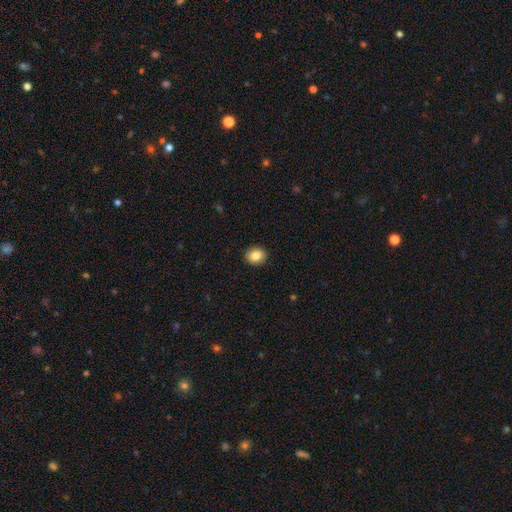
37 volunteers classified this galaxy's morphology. This is clearly a smooth galaxy (95%). How rounded: likely round (77%). Merging: clearly none (92%).